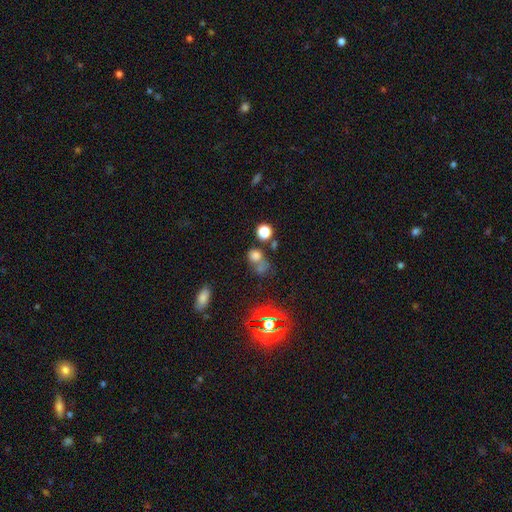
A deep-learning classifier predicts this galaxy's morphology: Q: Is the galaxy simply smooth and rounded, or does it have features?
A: smooth — 66%.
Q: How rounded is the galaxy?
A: round — 70%.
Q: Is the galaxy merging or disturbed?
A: none — 41%.